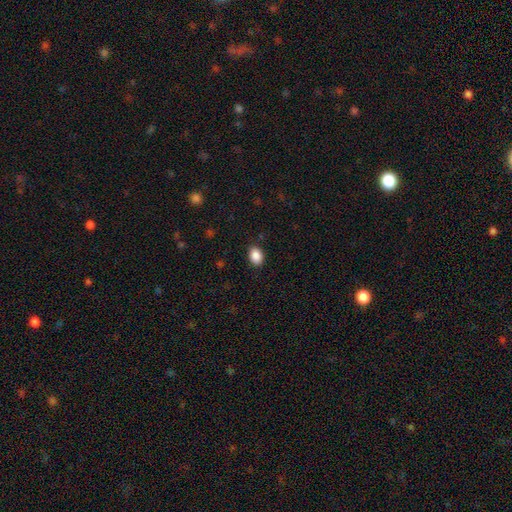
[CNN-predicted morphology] This is clearly a smooth galaxy (89%). How rounded: likely in between (75%). Merging: clearly none (88%).